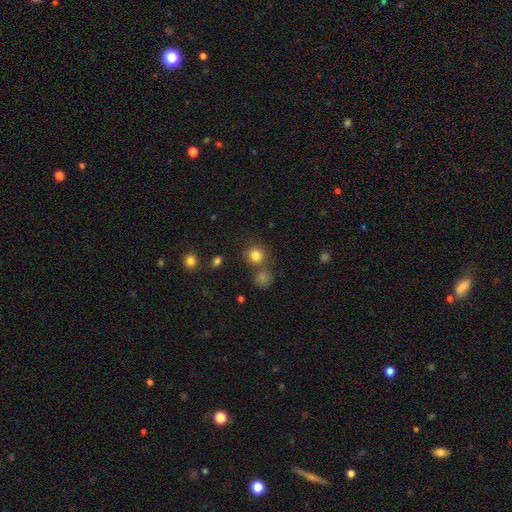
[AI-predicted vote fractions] Smooth or featured: smooth — 81% (star or artifact — 13%)
How rounded: round — 90% (in between — 9%)
Merging: none — 73% (merger — 16%)